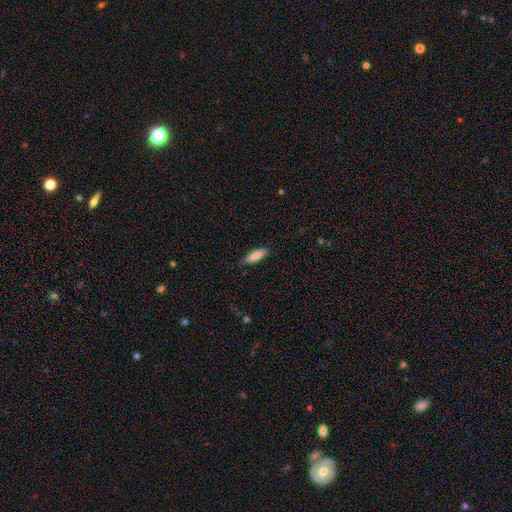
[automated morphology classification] Smooth or featured? smooth (83%)
How rounded? cigar-shaped (62%)
Merging? none (75%)